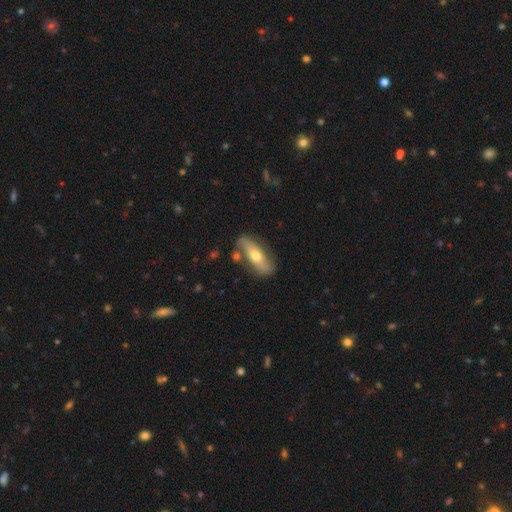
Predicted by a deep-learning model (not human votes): Smooth or featured?
  - featured or disk: 48% *
  - smooth: 46%
  - star or artifact: 6%
Merging?
  - none: 73% *
  - minor disturbance: 16%
  - merger: 6%
  - major disturbance: 5%